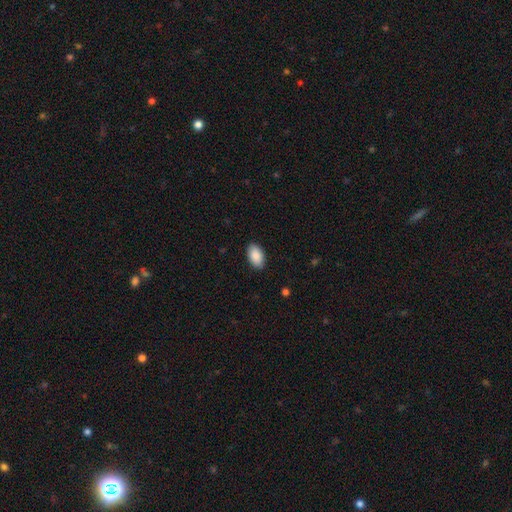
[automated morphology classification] A smooth galaxy with no disk features (90%) that is in between round and cigar-shaped (95%). Merging: none (88%).